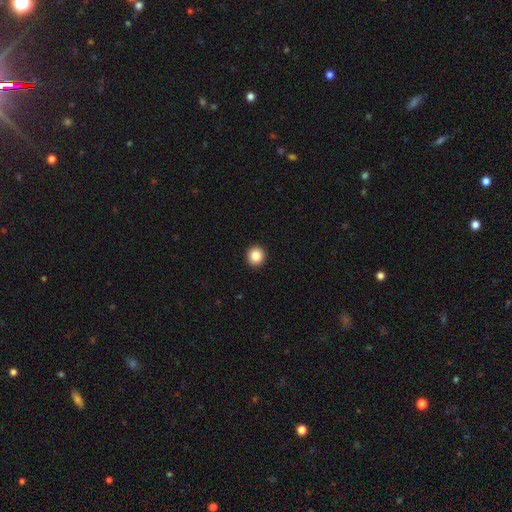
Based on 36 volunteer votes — Smooth or featured: smooth — 89% (featured or disk — 8%)
How rounded: round — 91% (in between — 9%)
Merging: none — 97% (minor disturbance — 3%)